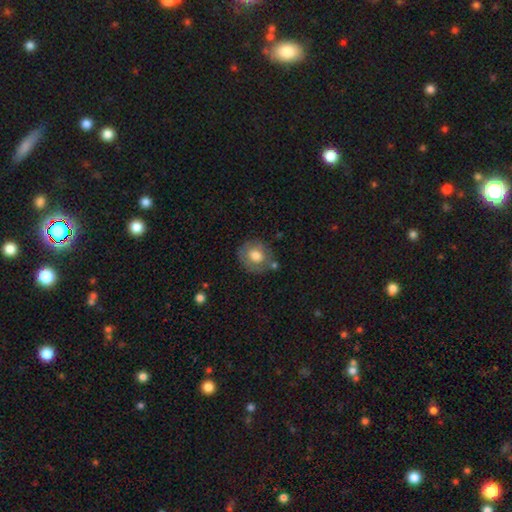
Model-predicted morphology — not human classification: smooth-or-featured: smooth: 68% | featured or disk: 25% | star or artifact: 8%
  how-rounded: round: 76% | in between: 23% | cigar-shaped: 1%
  merging: none: 68% | minor disturbance: 18% | merger: 8% | major disturbance: 6%